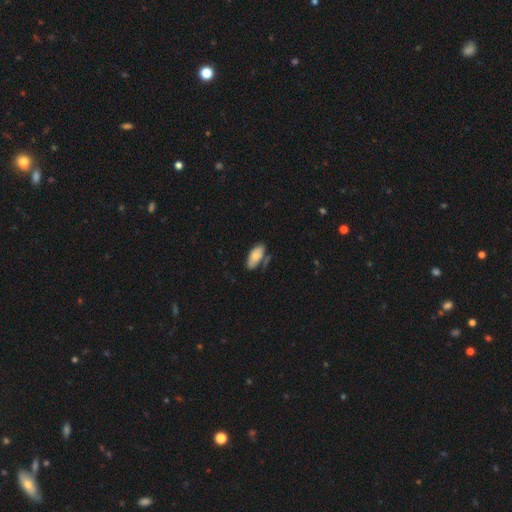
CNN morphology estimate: Smooth or featured? Predicted: smooth (p=0.78). How rounded? Predicted: in between (p=0.89). Merging? Predicted: none (p=0.63).